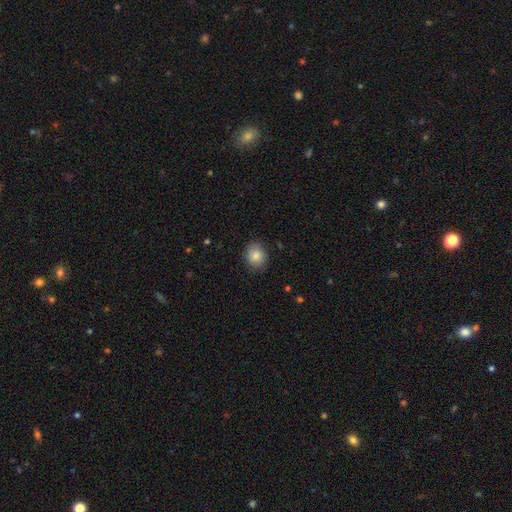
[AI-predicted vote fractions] The model was most divided on "how rounded": round: 67%, in between: 32%, cigar-shaped: 1%. More confident: smooth or featured — smooth (84%); merging — none (83%).